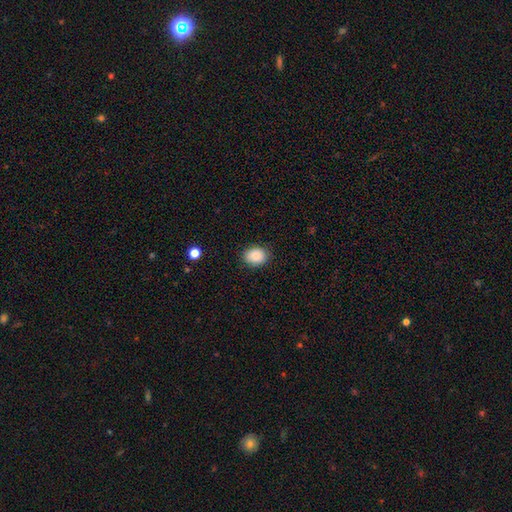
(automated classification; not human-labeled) smooth 87%, star or artifact 8%, featured or disk 4%. Down the decision tree: how rounded — in between (57%); merging — none (85%).